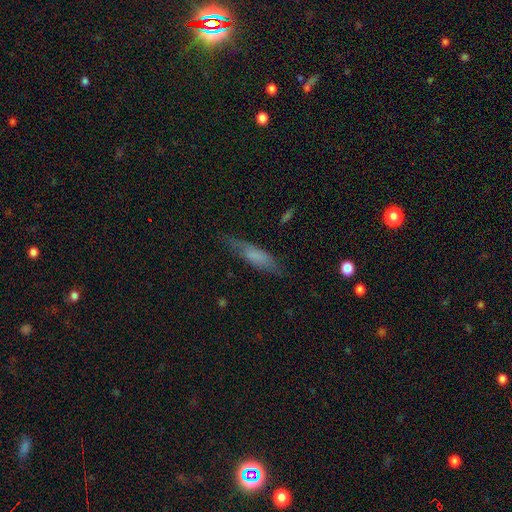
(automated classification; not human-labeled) A smooth galaxy with no disk features (62%) that is cigar-shaped (64%).

Vote fractions:
- Smooth or featured? smooth: 62% / featured or disk: 30% / star or artifact: 9%
- How rounded? cigar-shaped: 64% / in between: 33% / round: 2%
- Merging? none: 66% / minor disturbance: 24% / major disturbance: 9% / merger: 2%